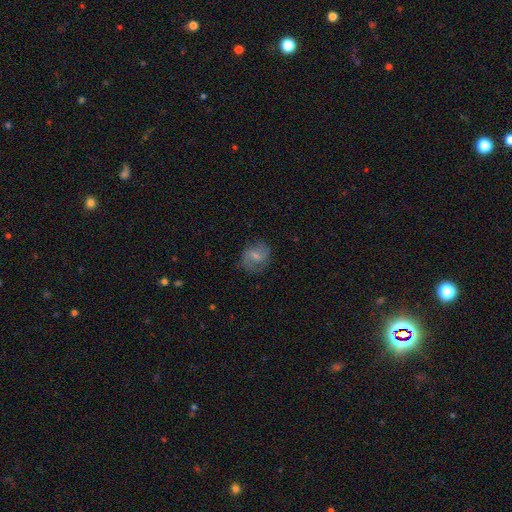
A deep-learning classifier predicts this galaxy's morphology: Smooth or featured? featured or disk (50%)
Merging? none (71%)